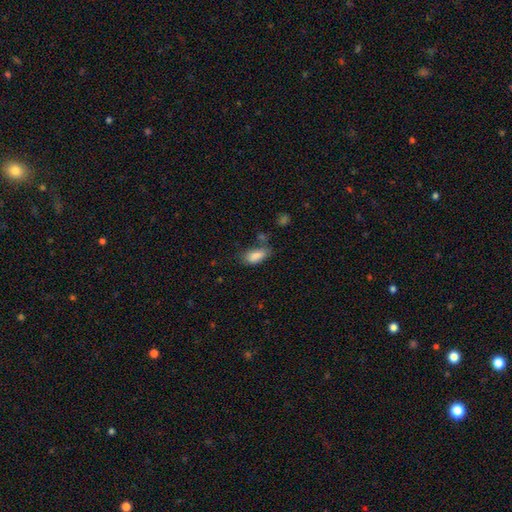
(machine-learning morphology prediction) smooth_or_featured: smooth (p=0.85) [alt: star or artifact p=0.08]
how_rounded: in between (p=0.88) [alt: cigar-shaped p=0.08]
merging: none (p=0.55) [alt: minor disturbance p=0.28]